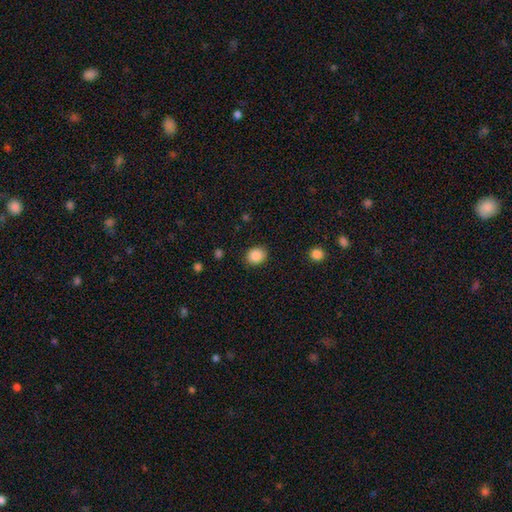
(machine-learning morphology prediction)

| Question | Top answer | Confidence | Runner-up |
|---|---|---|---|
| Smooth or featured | smooth | 88% | star or artifact (9%) |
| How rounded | round | 67% | in between (32%) |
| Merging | none | 86% | minor disturbance (10%) |